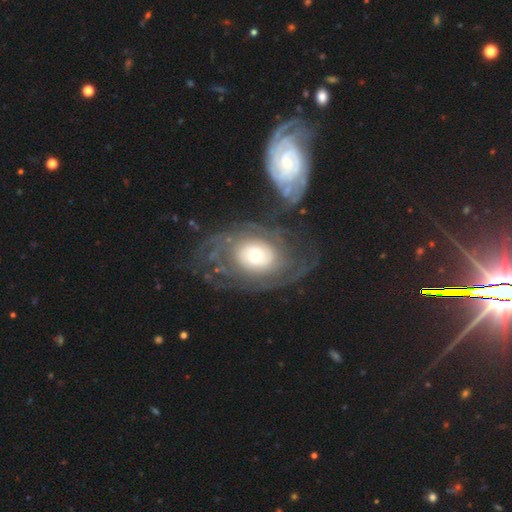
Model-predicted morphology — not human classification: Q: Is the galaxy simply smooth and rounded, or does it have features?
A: featured or disk — 78%.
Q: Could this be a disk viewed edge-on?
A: no — 96%.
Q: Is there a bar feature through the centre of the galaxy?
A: no — 78%.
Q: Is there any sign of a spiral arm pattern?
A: yes — 84%.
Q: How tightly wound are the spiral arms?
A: tight — 61%.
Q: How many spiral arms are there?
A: can't tell — 45%.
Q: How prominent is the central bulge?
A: moderate — 48%.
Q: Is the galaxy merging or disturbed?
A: none — 52%.